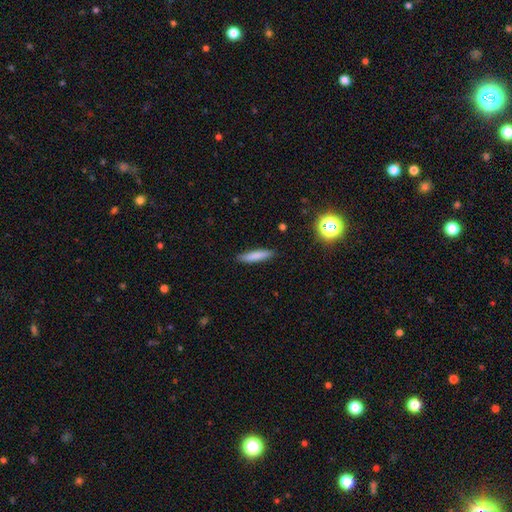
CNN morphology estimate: Smooth or featured? Predicted: smooth (p=0.81). How rounded? Predicted: cigar-shaped (p=0.83). Merging? Predicted: none (p=0.87).